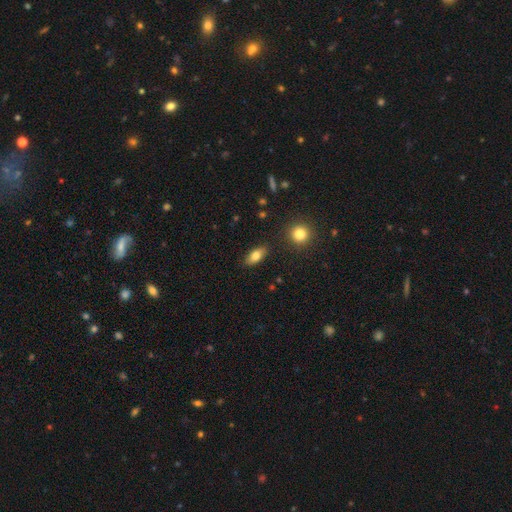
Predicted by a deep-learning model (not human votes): The model was most divided on "smooth or featured": smooth: 77%, featured or disk: 15%, star or artifact: 8%. More confident: merging — none (85%); how rounded — in between (85%).